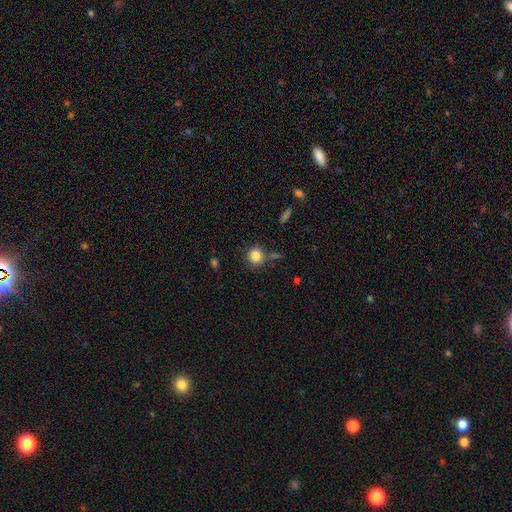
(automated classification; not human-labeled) Overall: smooth (84%). How rounded: round (85%). Merging: none (76%).